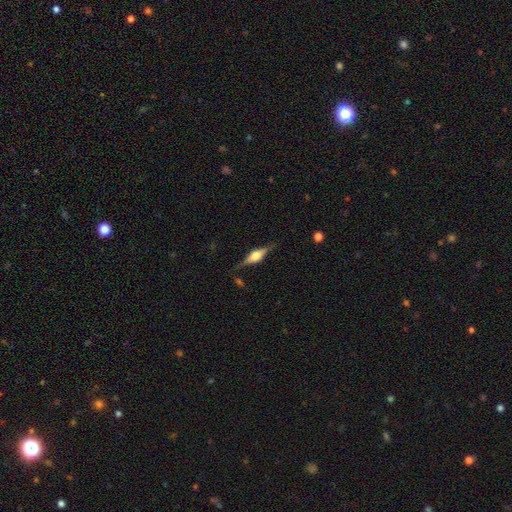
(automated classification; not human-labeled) smooth_or_featured: featured or disk (p=0.74) [alt: smooth p=0.20]
disk_edge_on: yes (p=0.96) [alt: no p=0.04]
edge_on_bulge: rounded (p=0.89) [alt: boxy p=0.10]
merging: none (p=0.82) [alt: minor disturbance p=0.12]